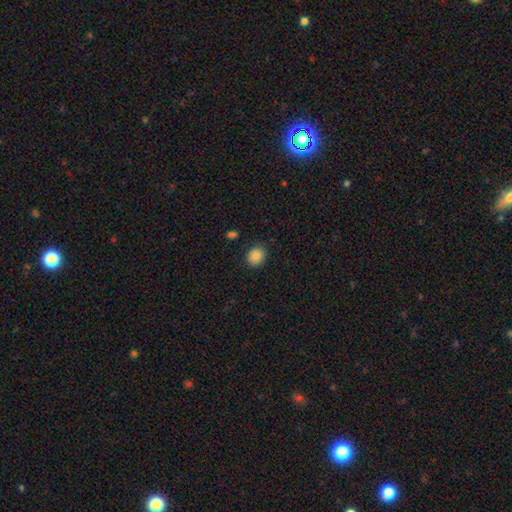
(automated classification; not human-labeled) Smooth or featured? Predicted: smooth (p=0.87). How rounded? Predicted: round (p=0.70). Merging? Predicted: none (p=0.87).